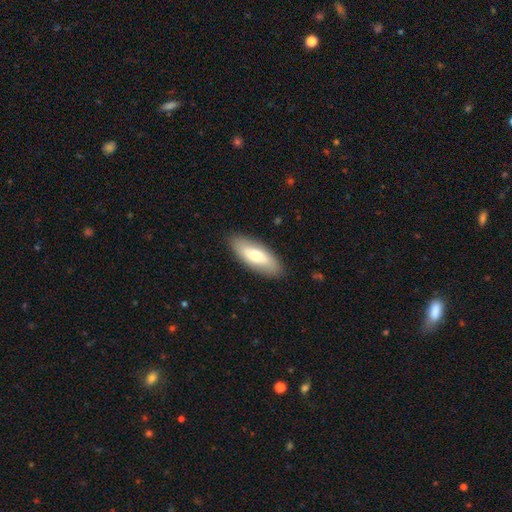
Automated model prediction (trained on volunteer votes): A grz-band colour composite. It shows a smooth galaxy with no disk features (65%) that is in between round and cigar-shaped (76%). Merging: none (88%).